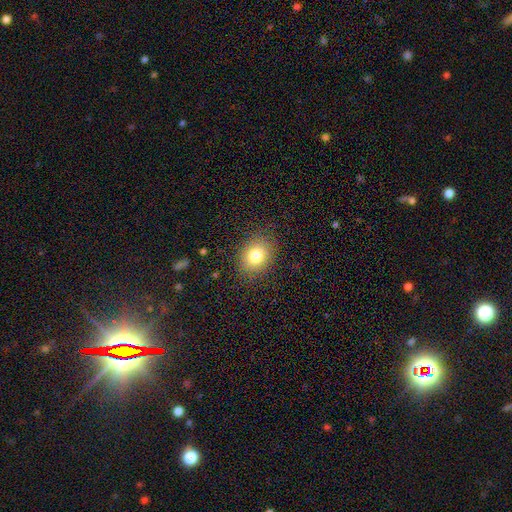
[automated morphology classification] A smooth galaxy with no disk features (78%) that is in between round and cigar-shaped (50%). Merging: none (85%).